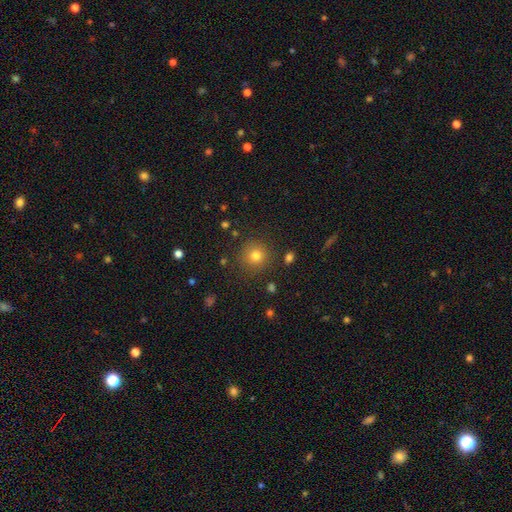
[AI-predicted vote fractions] Smooth or featured? smooth (78%)
How rounded? round (94%)
Merging? none (87%)